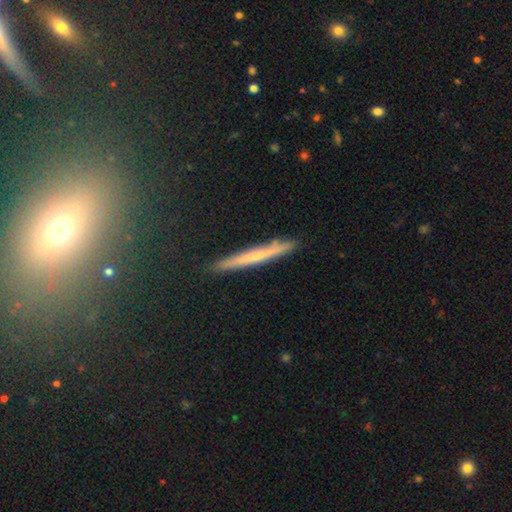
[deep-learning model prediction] Smooth or featured?
  - smooth: 51% *
  - featured or disk: 41%
  - star or artifact: 8%
How rounded?
  - cigar-shaped: 97% *
  - in between: 2%
  - round: 1%
Merging?
  - none: 90% *
  - minor disturbance: 8%
  - major disturbance: 1%
  - merger: 1%